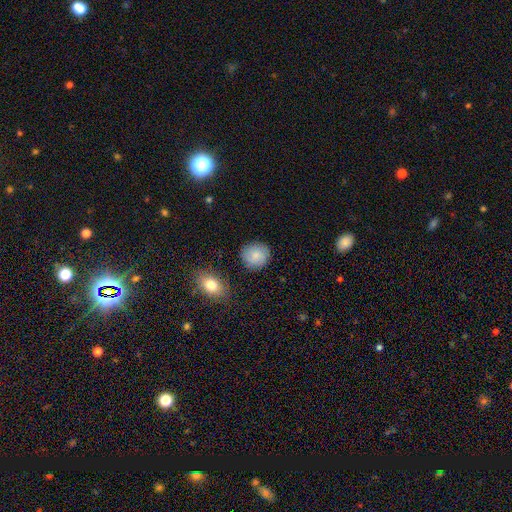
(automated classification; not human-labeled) This is clearly a smooth galaxy (81%). How rounded: clearly round (85%). Merging: clearly none (84%).